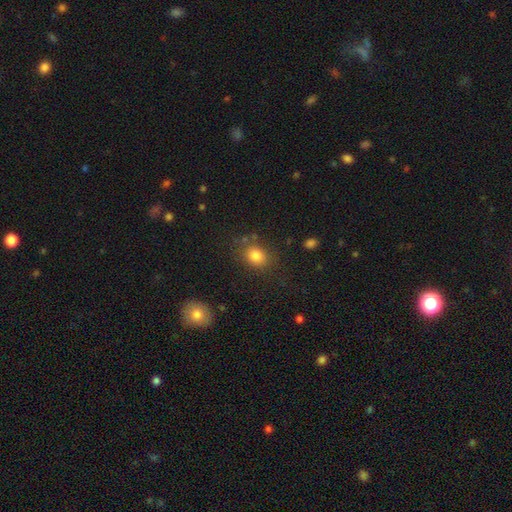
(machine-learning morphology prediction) Q: Smooth or featured?
A: smooth (81%); runner-up: star or artifact (12%)
Q: How rounded?
A: round (52%); runner-up: in between (47%)
Q: Merging?
A: none (79%); runner-up: minor disturbance (13%)